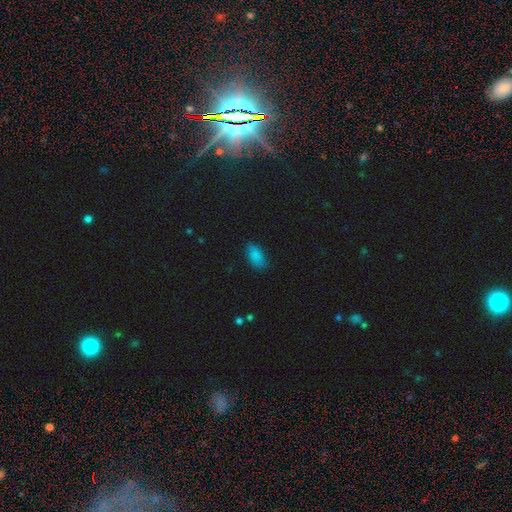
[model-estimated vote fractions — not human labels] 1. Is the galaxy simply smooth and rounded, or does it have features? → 86% smooth, 10% star or artifact, 5% featured or disk.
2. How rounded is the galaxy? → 91% in between, 6% cigar-shaped, 3% round.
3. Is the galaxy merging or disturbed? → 81% none, 15% minor disturbance, 3% major disturbance, 1% merger.